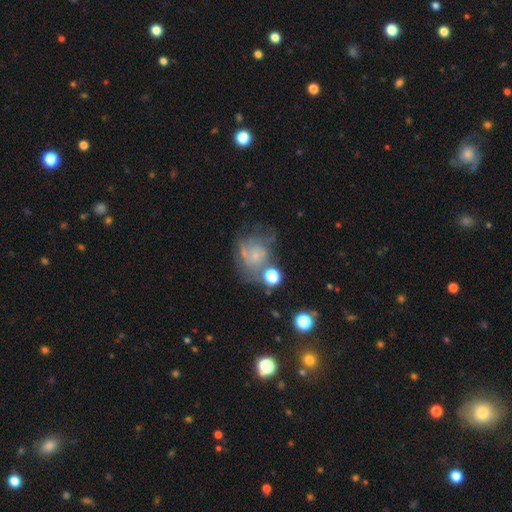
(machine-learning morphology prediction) Q: Smooth or featured?
A: featured or disk (50%); runner-up: smooth (33%)
Q: Merging?
A: none (41%); runner-up: major disturbance (25%)